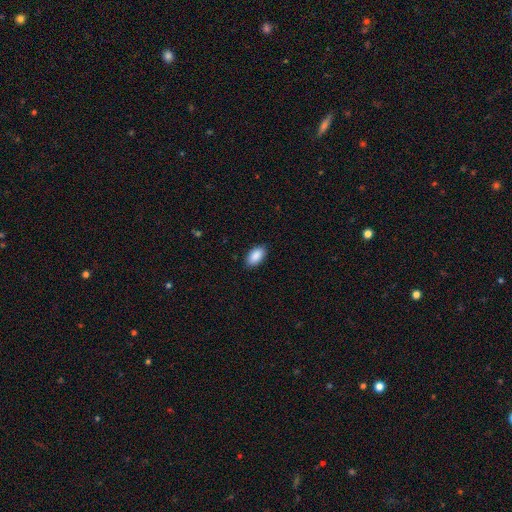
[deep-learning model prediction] Smooth or featured?
  - smooth: 90% *
  - star or artifact: 6%
  - featured or disk: 4%
How rounded?
  - in between: 95% *
  - round: 3%
  - cigar-shaped: 2%
Merging?
  - none: 87% *
  - minor disturbance: 9%
  - major disturbance: 2%
  - merger: 1%